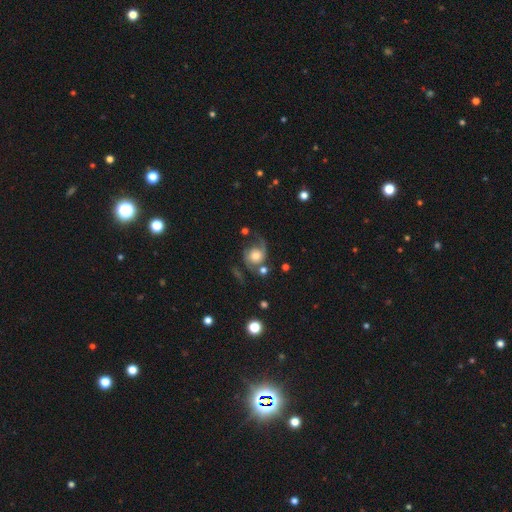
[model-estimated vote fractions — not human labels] Q: Smooth or featured?
A: featured or disk (68%); runner-up: smooth (24%)
Q: Edge-on disk?
A: no (97%); runner-up: yes (3%)
Q: Bar?
A: no (77%); runner-up: weak (20%)
Q: Spiral arms?
A: yes (92%); runner-up: no (8%)
Q: Spiral winding?
A: loose (52%); runner-up: medium (35%)
Q: Spiral arm count?
A: 2 (78%); runner-up: 1 (15%)
Q: Bulge size?
A: moderate (46%); runner-up: large (25%)
Q: Merging?
A: none (52%); runner-up: minor disturbance (21%)